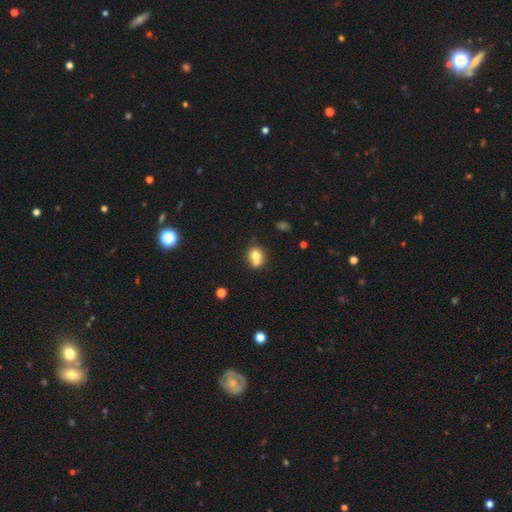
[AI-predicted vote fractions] smooth-or-featured: smooth: 73% | featured or disk: 16% | star or artifact: 11%
  how-rounded: round: 66% | in between: 33% | cigar-shaped: 1%
  merging: merger: 42% | none: 39% | minor disturbance: 14% | major disturbance: 5%